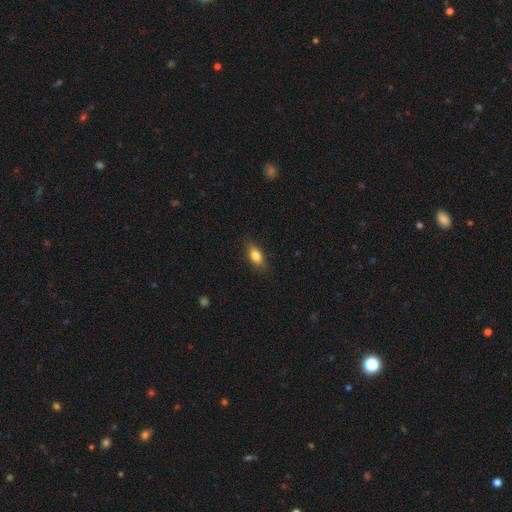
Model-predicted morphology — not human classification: smooth_or_featured: smooth (p=0.82) [alt: featured or disk p=0.10]
how_rounded: in between (p=0.83) [alt: cigar-shaped p=0.10]
merging: none (p=0.84) [alt: minor disturbance p=0.12]